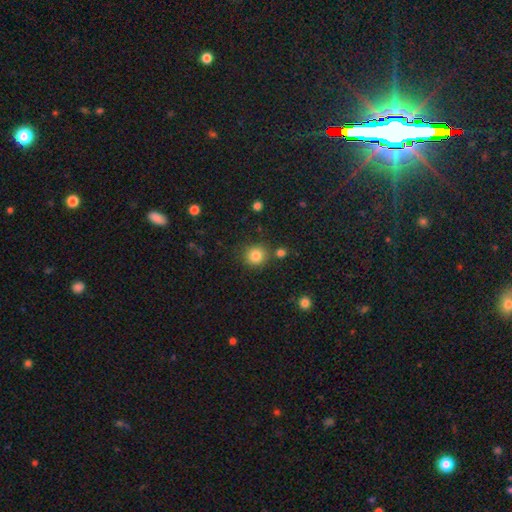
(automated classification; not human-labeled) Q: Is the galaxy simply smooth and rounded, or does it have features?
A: smooth — 83%.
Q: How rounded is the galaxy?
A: round — 91%.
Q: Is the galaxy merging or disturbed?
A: none — 81%.